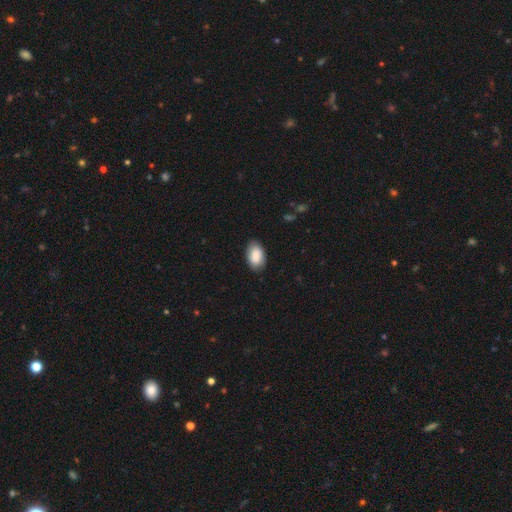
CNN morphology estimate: The model was most divided on "merging": none: 85%, minor disturbance: 12%, major disturbance: 2%, merger: 1%. More confident: how rounded — in between (94%); smooth or featured — smooth (85%).